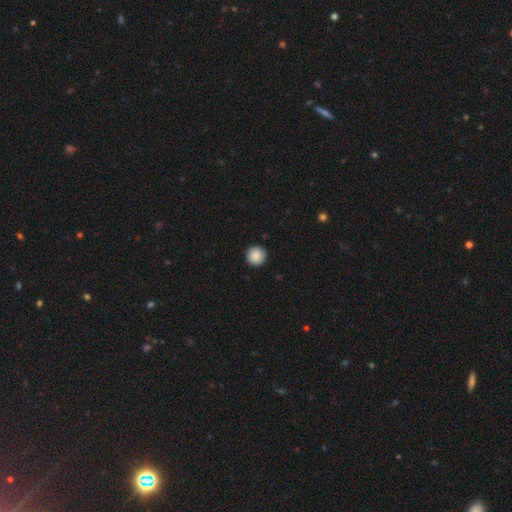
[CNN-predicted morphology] Smooth or featured? Predicted: smooth (p=0.89). How rounded? Predicted: round (p=0.96). Merging? Predicted: none (p=0.92).